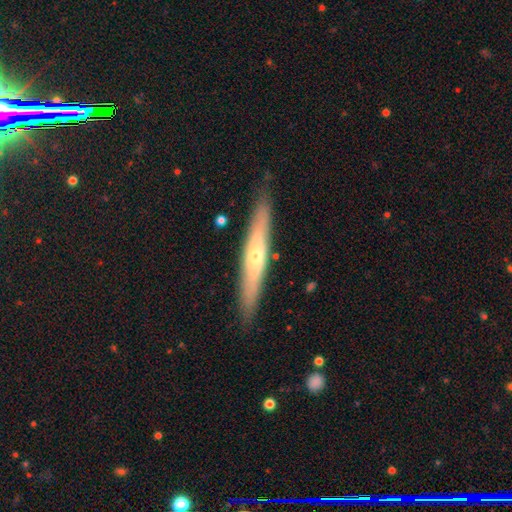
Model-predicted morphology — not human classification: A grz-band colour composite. It shows a featured or disk galaxy (61%) viewed edge-on (85%) with a rounded central bulge (73%). Merging: none (88%).